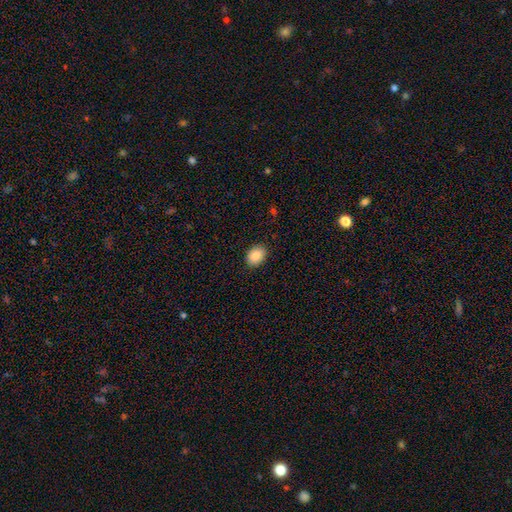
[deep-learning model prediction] smooth-or-featured: smooth: 88% | star or artifact: 7% | featured or disk: 4%
  how-rounded: in between: 71% | round: 28% | cigar-shaped: 1%
  merging: none: 89% | minor disturbance: 8% | major disturbance: 2% | merger: 1%